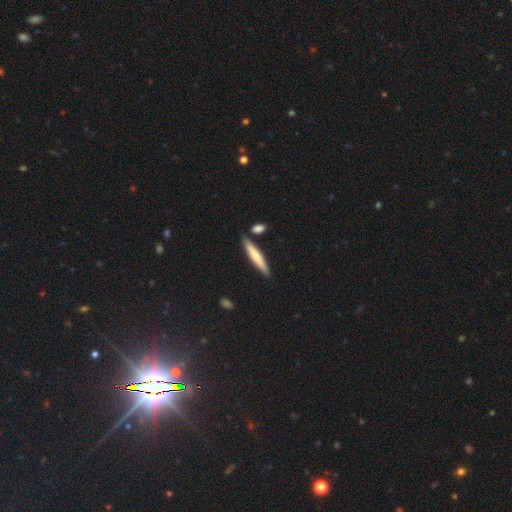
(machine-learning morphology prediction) A smooth galaxy with no disk features (70%) that is cigar-shaped (92%). Merging: none (83%).